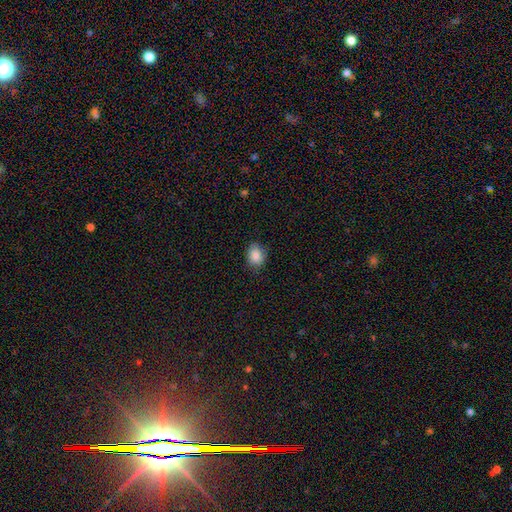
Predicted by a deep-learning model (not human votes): A smooth galaxy with no disk features (86%) that is in between round and cigar-shaped (58%). Merging: none (75%).